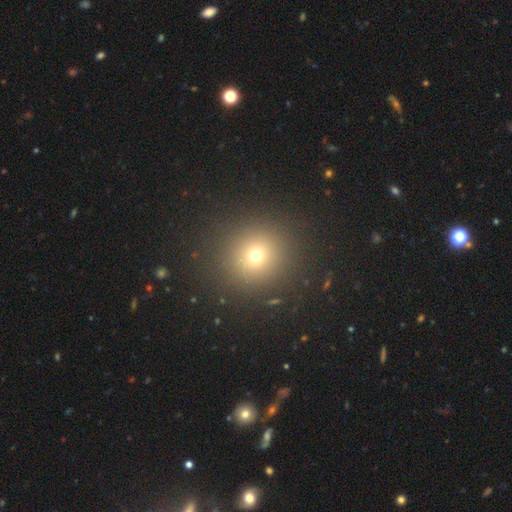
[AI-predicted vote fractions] smooth-or-featured: smooth: 69% | star or artifact: 22% | featured or disk: 9%
  how-rounded: round: 92% | in between: 7% | cigar-shaped: 1%
  merging: none: 90% | minor disturbance: 6% | major disturbance: 3% | merger: 1%